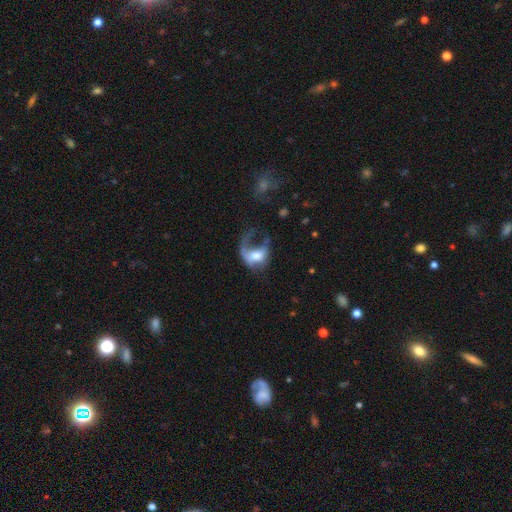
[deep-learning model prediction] smooth_or_featured: featured or disk (p=0.49) [alt: smooth p=0.42]
merging: major disturbance (p=0.66) [alt: none p=0.15]